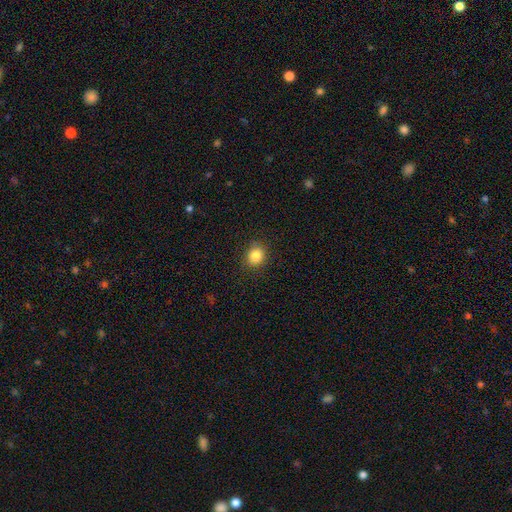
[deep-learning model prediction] A smooth galaxy with no disk features (84%) that is round (72%). Merging: none (87%).